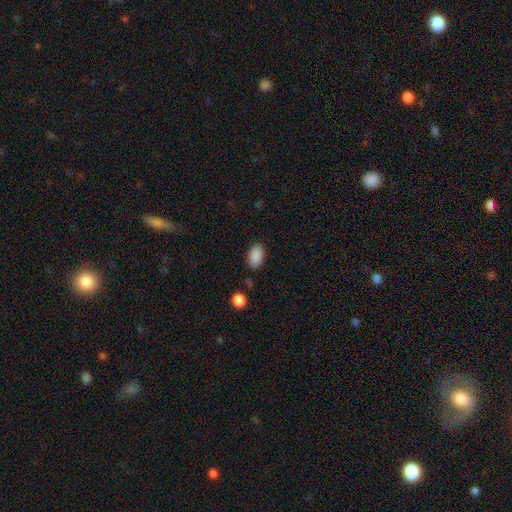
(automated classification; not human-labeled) Overall: smooth (89%). How rounded: in between (92%). Merging: none (82%).